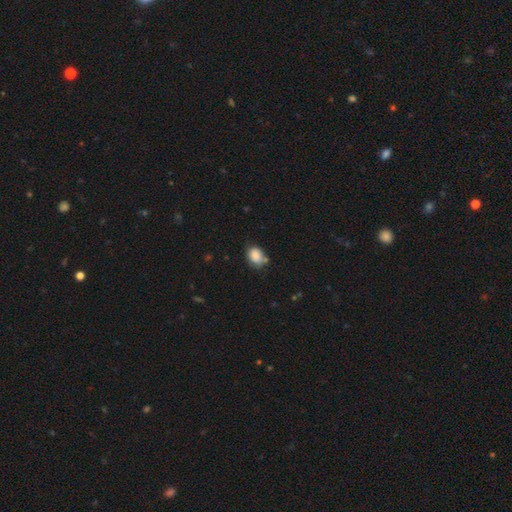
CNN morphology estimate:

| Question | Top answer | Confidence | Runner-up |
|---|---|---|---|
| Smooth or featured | smooth | 85% | star or artifact (8%) |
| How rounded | in between | 65% | round (34%) |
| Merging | none | 62% | minor disturbance (25%) |